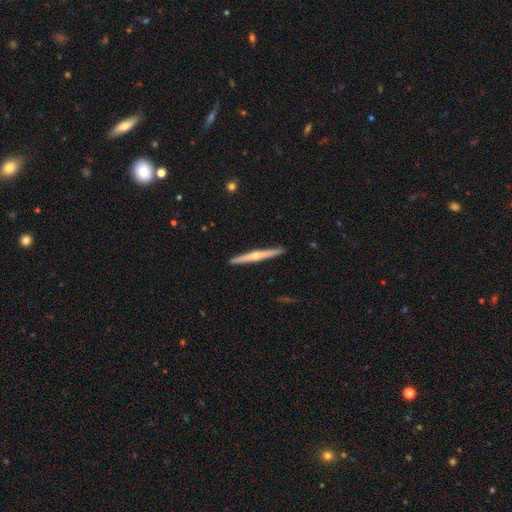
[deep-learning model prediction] Overall: featured or disk (69%). Edge-on disk: yes (97%). Edge-on bulge: rounded (82%). Merging: none (92%).